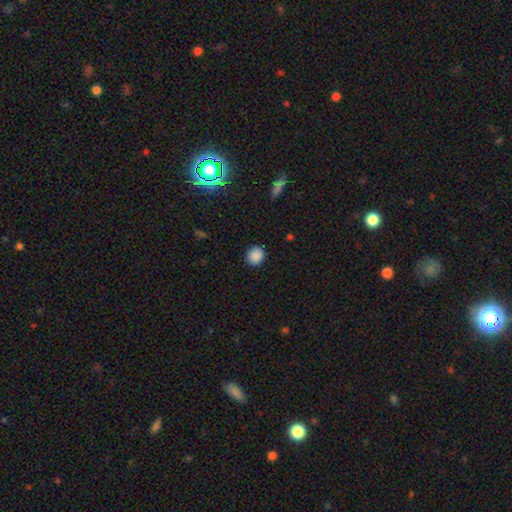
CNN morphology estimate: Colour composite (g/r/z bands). It shows a smooth galaxy with no disk features (87%) that is round (81%). Merging: none (90%).